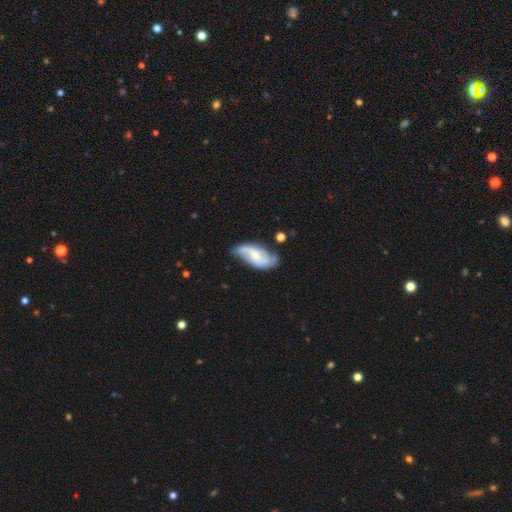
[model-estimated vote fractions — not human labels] Smooth or featured: featured or disk — 72% (smooth — 23%)
Edge-on disk: no — 94% (yes — 6%)
Bar: weak — 46% (no — 37%)
Spiral arms: yes — 92% (no — 8%)
Spiral winding: loose — 51% (medium — 34%)
Spiral arm count: 2 — 83% (can't tell — 8%)
Bulge size: small — 52% (moderate — 40%)
Merging: none — 59% (minor disturbance — 28%)